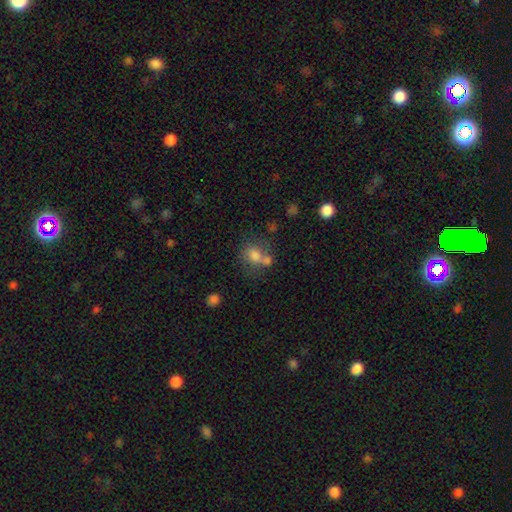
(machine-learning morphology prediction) Smooth or featured? smooth (72%)
How rounded? round (59%)
Merging? merger (41%)